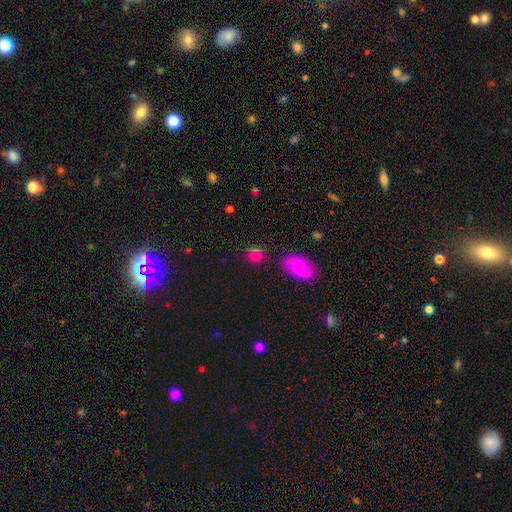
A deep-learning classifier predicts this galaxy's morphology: smooth_or_featured: smooth (p=0.69) [alt: star or artifact p=0.16]
how_rounded: round (p=0.63) [alt: in between p=0.34]
merging: none (p=0.75) [alt: minor disturbance p=0.13]